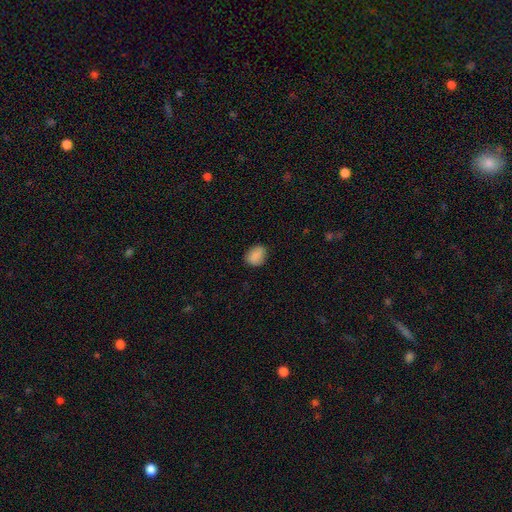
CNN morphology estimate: smooth_or_featured: smooth (p=0.86) [alt: star or artifact p=0.08]
how_rounded: in between (p=0.53) [alt: round p=0.46]
merging: none (p=0.78) [alt: minor disturbance p=0.17]